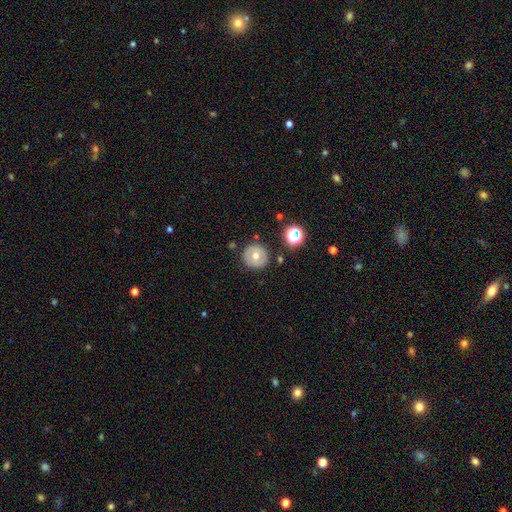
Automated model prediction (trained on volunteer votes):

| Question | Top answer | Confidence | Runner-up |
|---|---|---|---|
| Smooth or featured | smooth | 51% | featured or disk (40%) |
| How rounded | round | 92% | in between (7%) |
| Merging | none | 84% | minor disturbance (10%) |